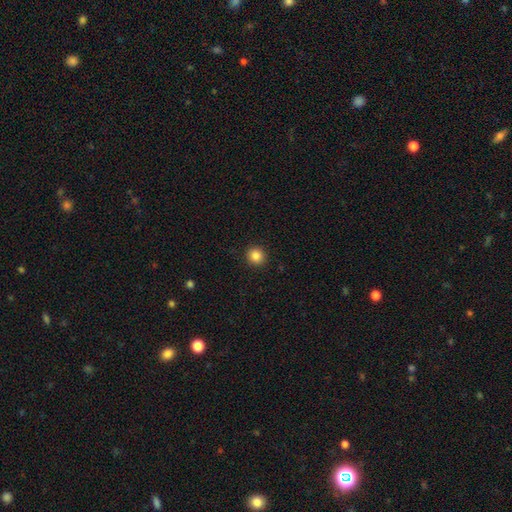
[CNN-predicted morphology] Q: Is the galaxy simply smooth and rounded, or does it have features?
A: smooth — 85%.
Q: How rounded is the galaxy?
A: round — 92%.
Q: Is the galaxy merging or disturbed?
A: none — 92%.